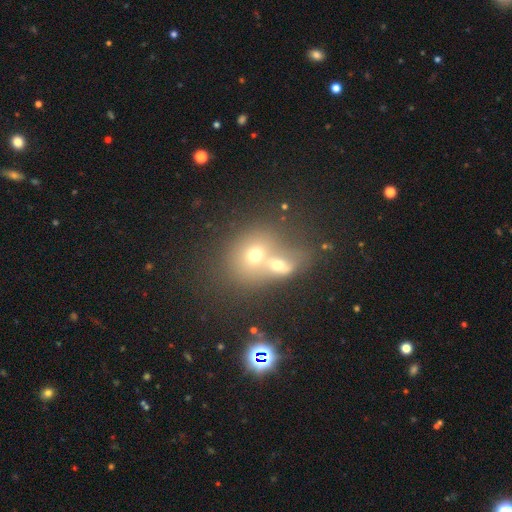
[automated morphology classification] type=smooth (54%); roundness=round (64%); merging=merger (67%).